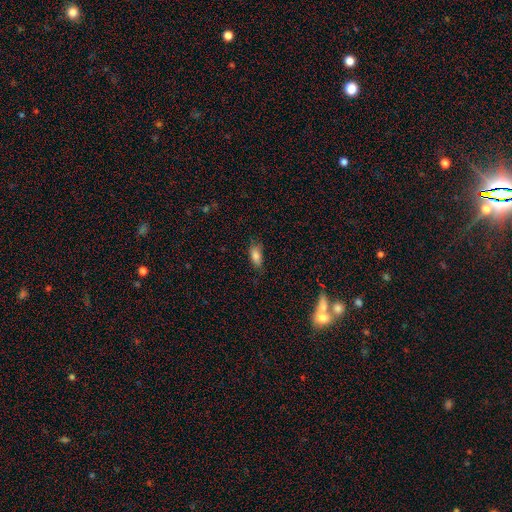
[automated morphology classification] Overall: smooth (83%). How rounded: in between (85%). Merging: none (70%).